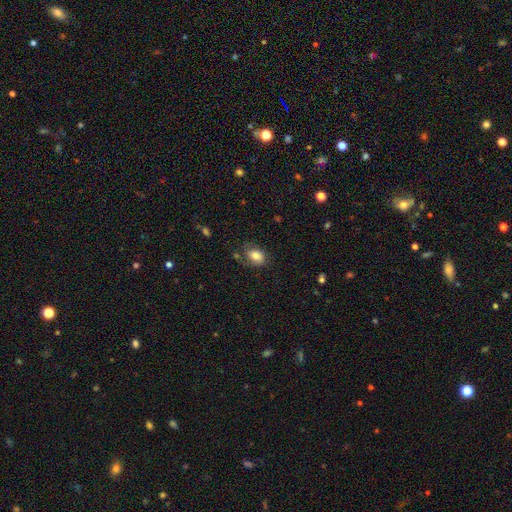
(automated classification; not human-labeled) smooth-or-featured: smooth: 79% | featured or disk: 13% | star or artifact: 9%
  how-rounded: in between: 80% | round: 19% | cigar-shaped: 1%
  merging: none: 59% | minor disturbance: 25% | major disturbance: 11% | merger: 5%